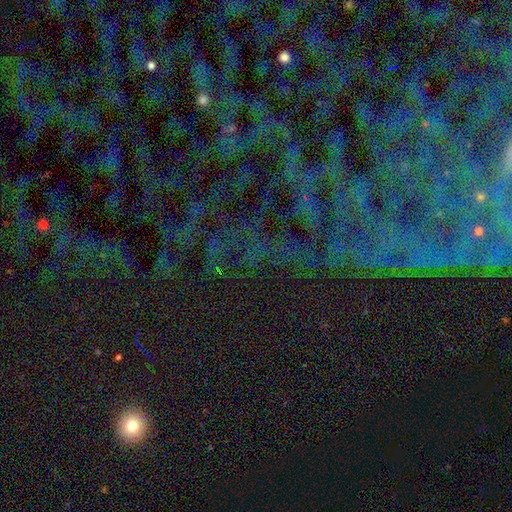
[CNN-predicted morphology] star or artifact 78%, featured or disk 12%, smooth 11%.